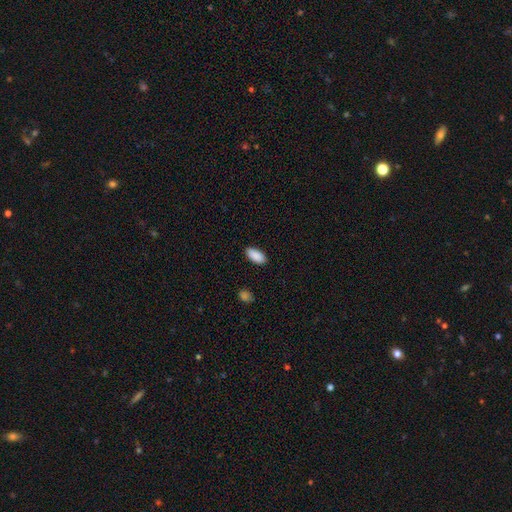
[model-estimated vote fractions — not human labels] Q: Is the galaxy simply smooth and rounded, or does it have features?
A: smooth — 90%.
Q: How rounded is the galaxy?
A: in between — 92%.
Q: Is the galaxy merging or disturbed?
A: none — 88%.